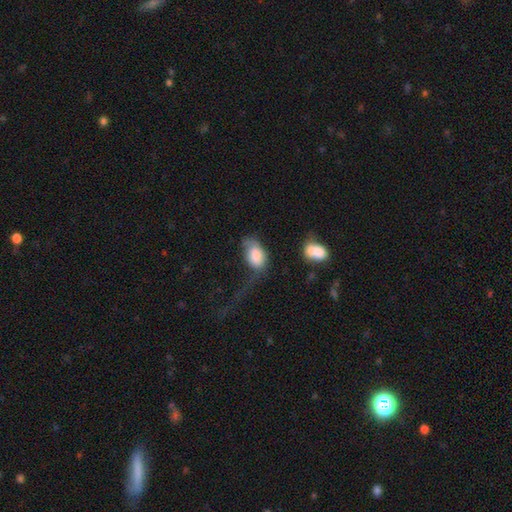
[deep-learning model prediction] smooth_or_featured: smooth (p=0.80) [alt: featured or disk p=0.13]
how_rounded: in between (p=0.91) [alt: round p=0.07]
merging: major disturbance (p=0.39) [alt: minor disturbance p=0.27]